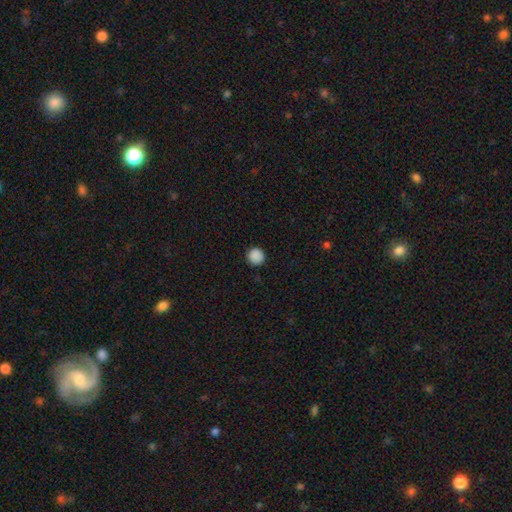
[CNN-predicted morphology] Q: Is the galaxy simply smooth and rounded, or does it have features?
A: smooth — 88%.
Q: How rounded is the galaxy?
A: round — 96%.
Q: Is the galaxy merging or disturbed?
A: none — 92%.